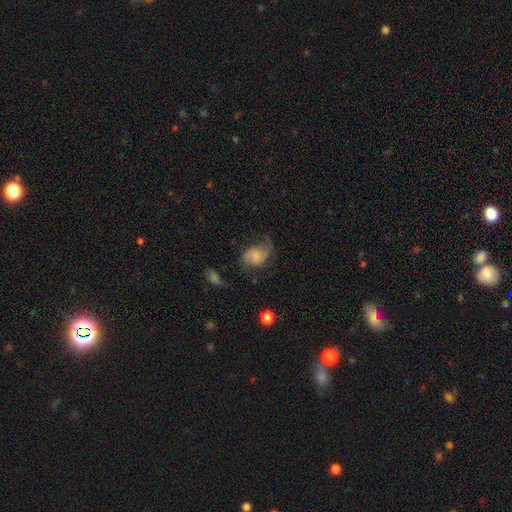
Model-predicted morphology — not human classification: This appears to be a featured or disk galaxy (60%) with no bar (62%), 2 (75%) loose (52%) spiral arms (90%) and no central bulge (41%). Merging: none (45%).